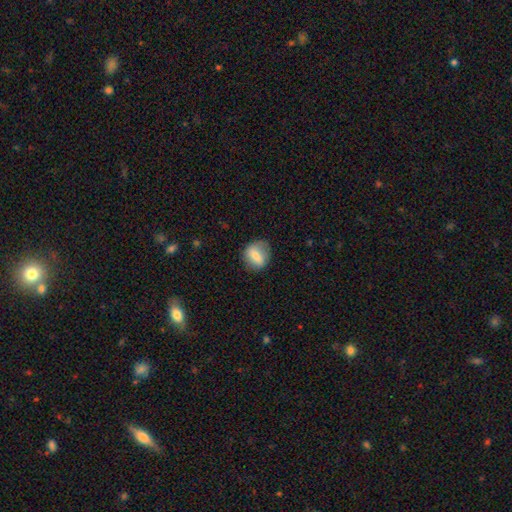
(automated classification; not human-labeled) smooth-or-featured: smooth: 67% | featured or disk: 25% | star or artifact: 8%
  how-rounded: round: 60% | in between: 37% | cigar-shaped: 2%
  merging: none: 77% | minor disturbance: 16% | major disturbance: 5% | merger: 1%